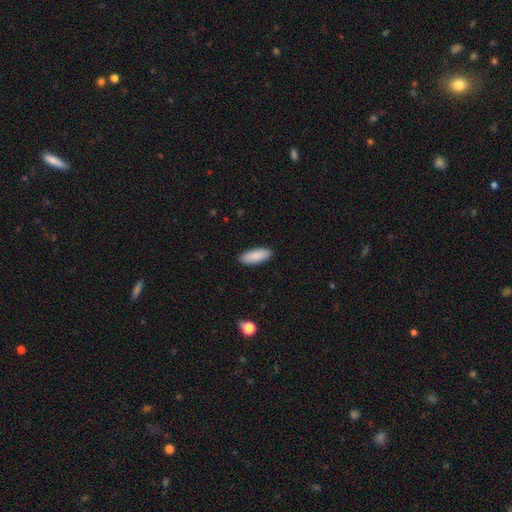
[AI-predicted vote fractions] Q: Smooth or featured?
A: smooth (90%); runner-up: star or artifact (6%)
Q: How rounded?
A: in between (76%); runner-up: cigar-shaped (22%)
Q: Merging?
A: none (90%); runner-up: minor disturbance (7%)